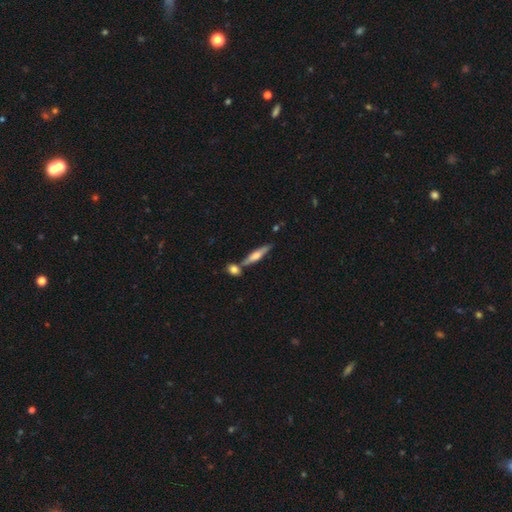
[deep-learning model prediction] smooth-or-featured: featured or disk: 54% | smooth: 39% | star or artifact: 6%
  disk-edge-on: yes: 94% | no: 6%
    edge-on-bulge: rounded: 83% | boxy: 11% | none: 7%
  merging: none: 69% | merger: 18% | minor disturbance: 10% | major disturbance: 3%